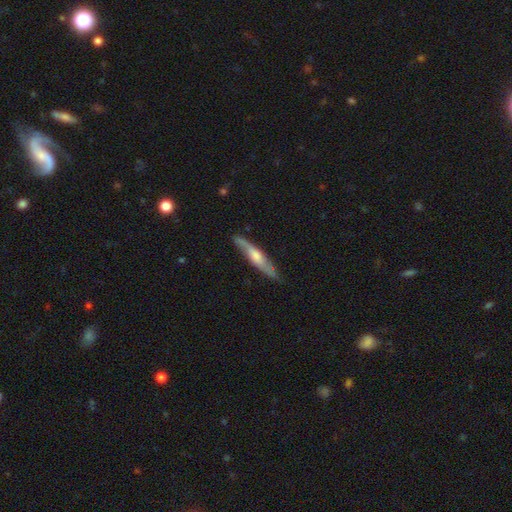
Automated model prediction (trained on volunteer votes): Smooth or featured? Predicted: featured or disk (p=0.66). Edge-on disk? Predicted: yes (p=0.81). Edge-on bulge? Predicted: rounded (p=0.68). Merging? Predicted: none (p=0.83).